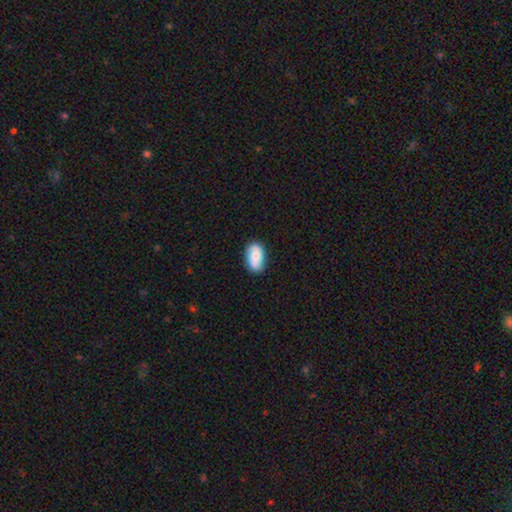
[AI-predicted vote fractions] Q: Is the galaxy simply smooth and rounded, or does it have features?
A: smooth — 70%.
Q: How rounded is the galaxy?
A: in between — 92%.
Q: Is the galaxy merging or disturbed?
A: none — 82%.